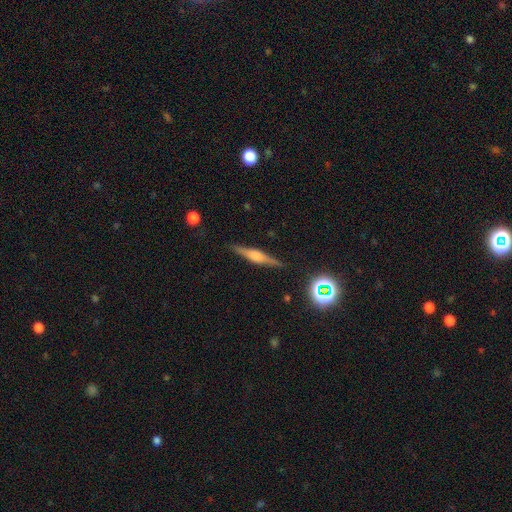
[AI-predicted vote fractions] A featured or disk galaxy (71%) viewed edge-on (97%) with a rounded central bulge (79%). Merging: none (90%).